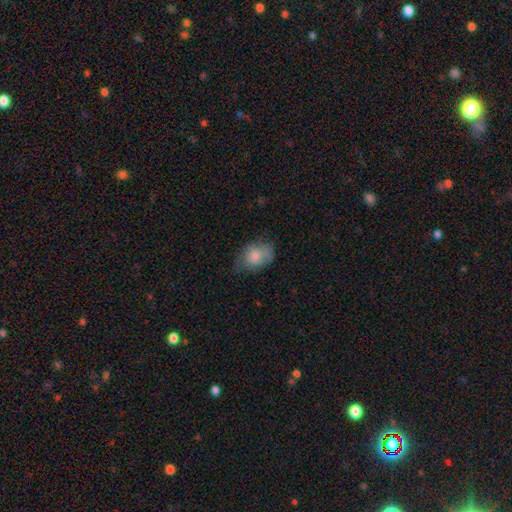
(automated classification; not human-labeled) Smooth or featured? smooth (72%)
How rounded? in between (75%)
Merging? none (47%)